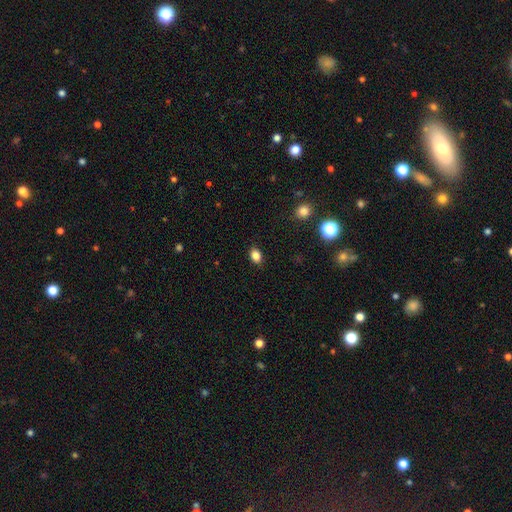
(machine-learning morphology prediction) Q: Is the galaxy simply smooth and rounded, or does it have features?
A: smooth — 84%.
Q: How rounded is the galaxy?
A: in between — 72%.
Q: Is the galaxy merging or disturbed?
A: none — 87%.